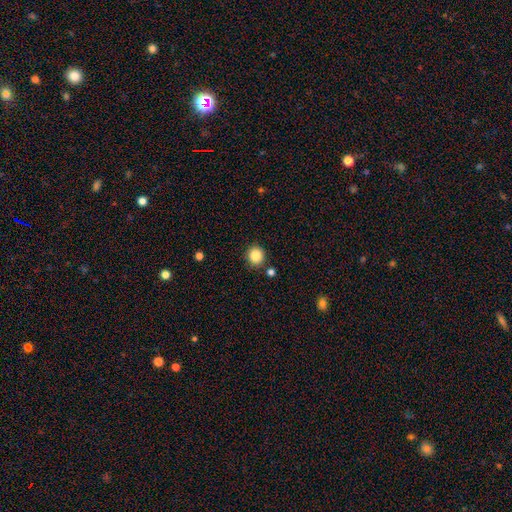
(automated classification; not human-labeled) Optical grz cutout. It shows a smooth galaxy with no disk features (87%) that is round (87%). Merging: none (86%).